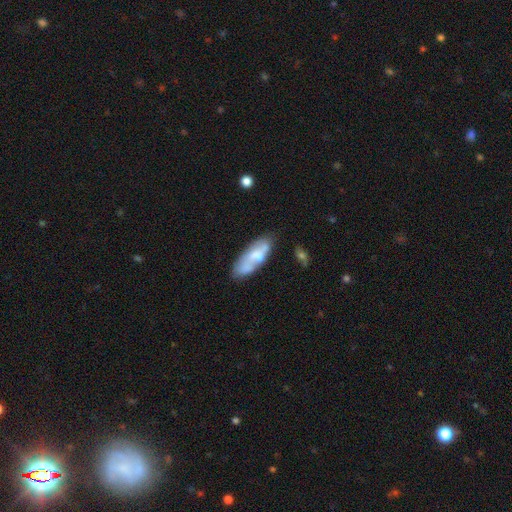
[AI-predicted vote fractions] A smooth galaxy with no disk features (54%) that is in between round and cigar-shaped (69%).

Vote fractions:
- Smooth or featured? smooth: 54% / featured or disk: 39% / star or artifact: 6%
- How rounded? in between: 69% / cigar-shaped: 29% / round: 2%
- Merging? none: 54% / minor disturbance: 23% / merger: 13% / major disturbance: 9%